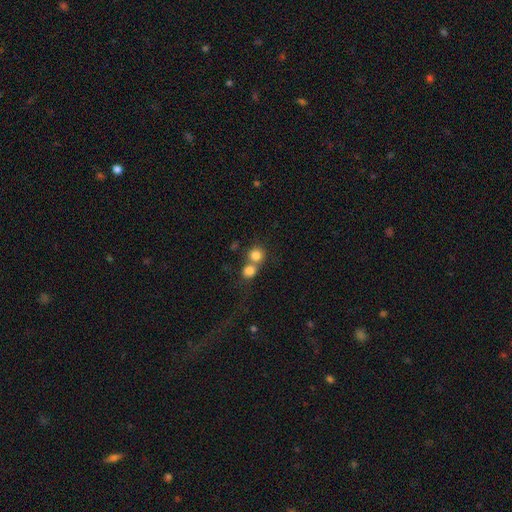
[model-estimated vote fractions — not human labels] Q: Smooth or featured?
A: smooth (80%); runner-up: star or artifact (11%)
Q: How rounded?
A: round (86%); runner-up: in between (13%)
Q: Merging?
A: merger (50%); runner-up: none (41%)